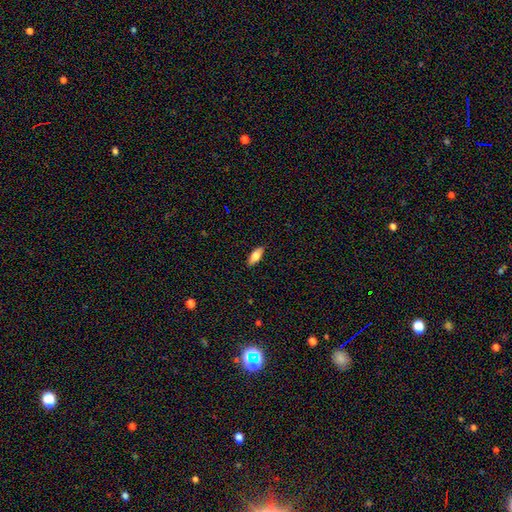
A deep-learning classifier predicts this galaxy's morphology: Smooth or featured? smooth (75%)
How rounded? in between (74%)
Merging? none (88%)